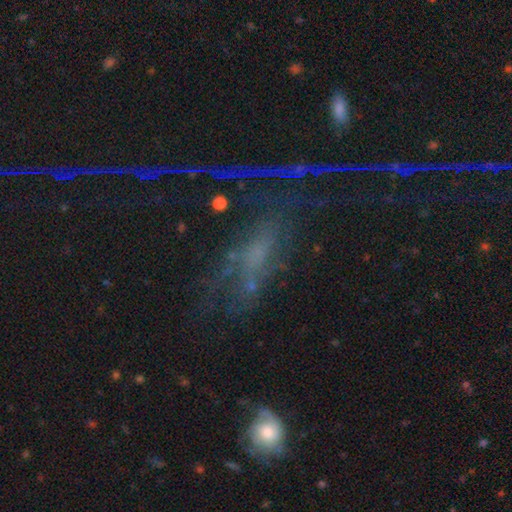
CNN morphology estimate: The model was most divided on "smooth or featured": featured or disk: 40%, star or artifact: 37%, smooth: 23%. Remaining: merging — none (47%).